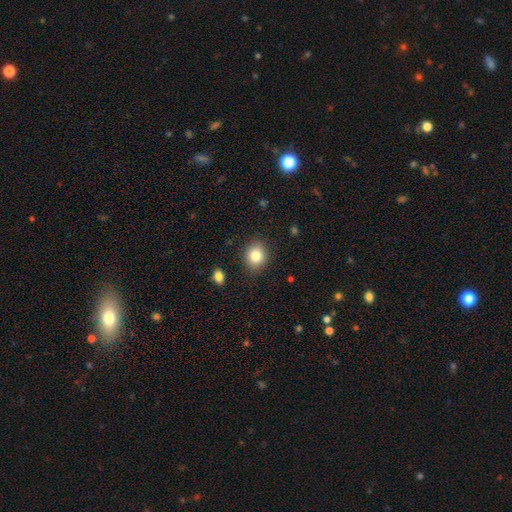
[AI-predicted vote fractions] Smooth or featured: smooth — 83% (star or artifact — 10%)
How rounded: round — 63% (in between — 36%)
Merging: none — 88% (minor disturbance — 8%)